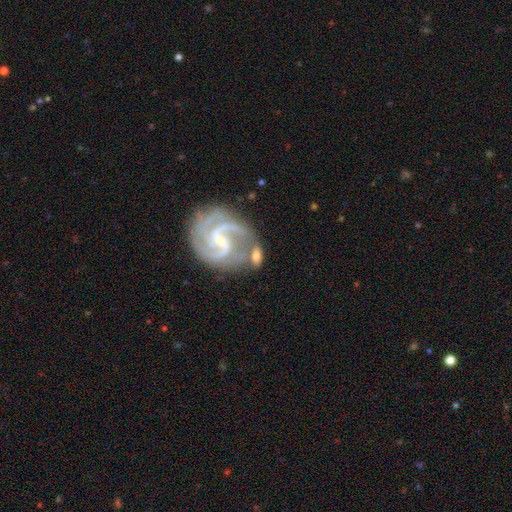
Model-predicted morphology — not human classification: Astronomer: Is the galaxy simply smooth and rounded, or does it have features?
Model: featured or disk — 89%.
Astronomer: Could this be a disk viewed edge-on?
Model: no — 98%.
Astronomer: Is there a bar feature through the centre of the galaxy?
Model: weak — 47% (runner-up: no, 30%).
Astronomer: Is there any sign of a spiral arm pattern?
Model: yes — 98%.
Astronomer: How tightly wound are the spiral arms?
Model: medium — 57%.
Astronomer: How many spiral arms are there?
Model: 2 — 58%.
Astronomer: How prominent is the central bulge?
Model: small — 78%.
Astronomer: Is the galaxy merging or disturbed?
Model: none — 52%.